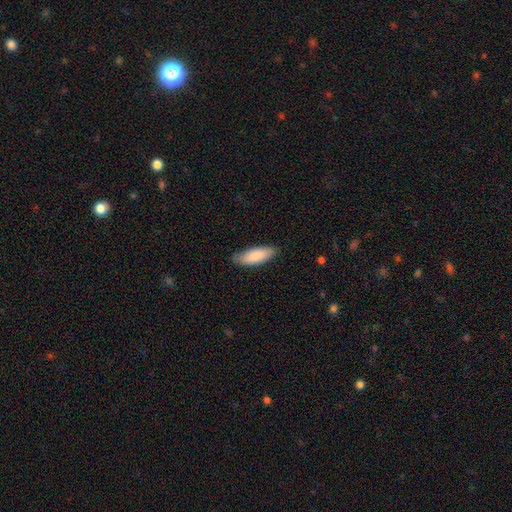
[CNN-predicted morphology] Overall: smooth (87%). How rounded: in between (68%; cigar-shaped 31%). Merging: none (82%).